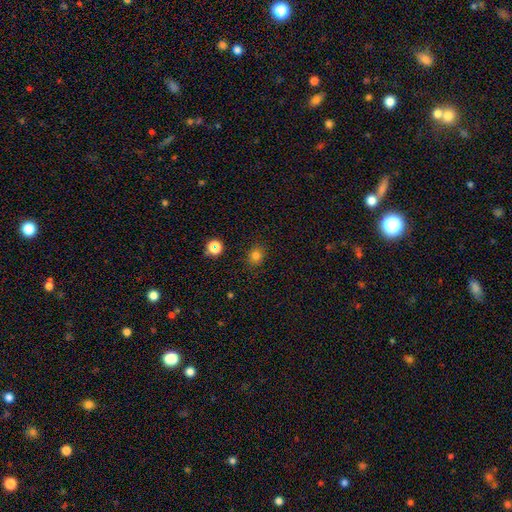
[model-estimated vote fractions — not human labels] Smooth or featured? Predicted: smooth (p=0.77). How rounded? Predicted: round (p=0.75). Merging? Predicted: none (p=0.86).